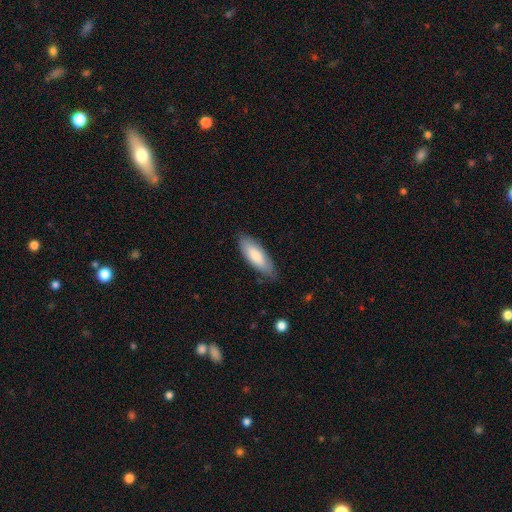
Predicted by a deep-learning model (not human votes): Morphology: type=smooth (81%); roundness=in between (66%); merging=none (82%).